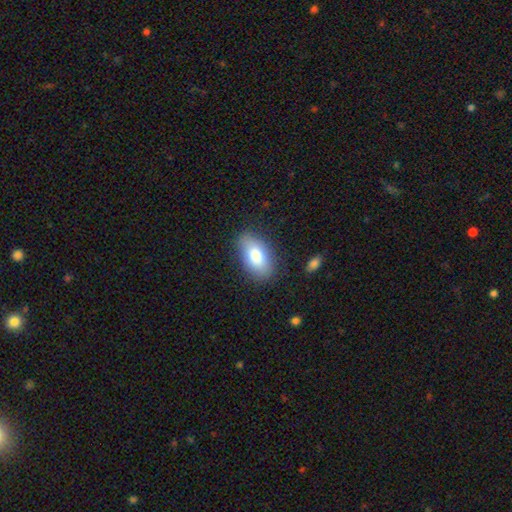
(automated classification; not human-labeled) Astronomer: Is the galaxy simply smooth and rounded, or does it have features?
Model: smooth — 79%.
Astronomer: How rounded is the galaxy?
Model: in between — 92%.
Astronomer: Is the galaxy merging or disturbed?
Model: none — 83%.